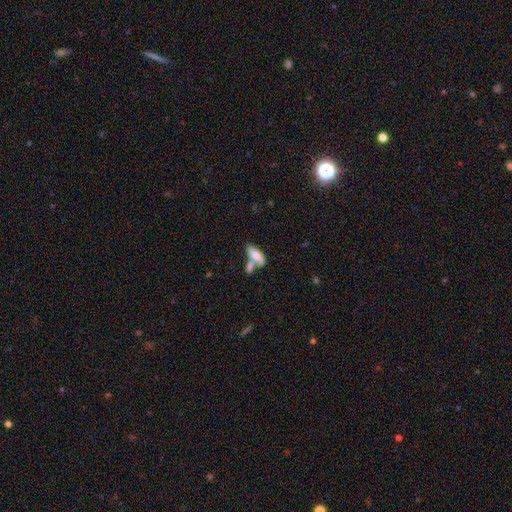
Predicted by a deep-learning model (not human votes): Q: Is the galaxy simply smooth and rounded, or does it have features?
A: smooth — 63%.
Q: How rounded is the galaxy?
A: in between — 67%.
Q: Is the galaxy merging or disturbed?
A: merger — 51%.